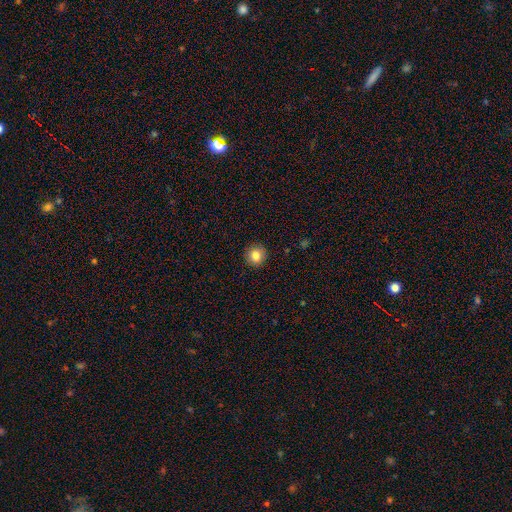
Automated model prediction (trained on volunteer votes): This appears to be a smooth galaxy with no disk features (84%) that is round (93%). Merging: none (92%).